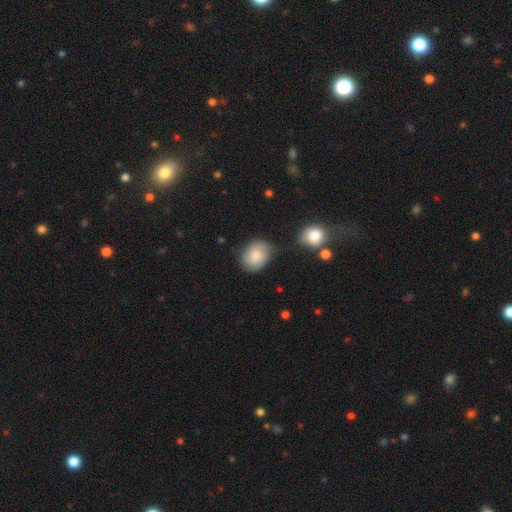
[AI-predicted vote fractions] Smooth or featured: smooth — 63% (featured or disk — 29%)
How rounded: in between — 54% (round — 45%)
Merging: none — 68% (minor disturbance — 22%)